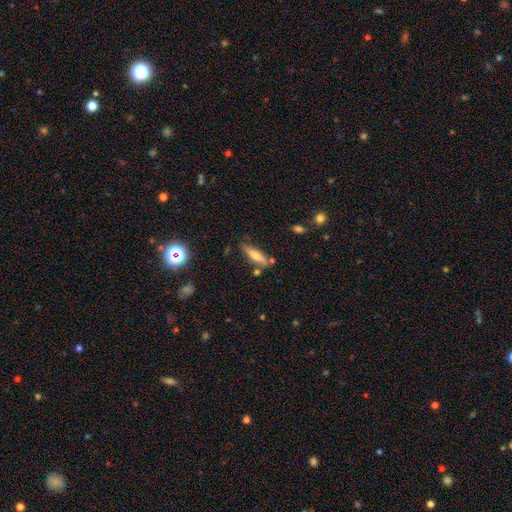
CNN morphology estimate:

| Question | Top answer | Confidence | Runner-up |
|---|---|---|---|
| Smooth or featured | smooth | 53% | featured or disk (37%) |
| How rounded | cigar-shaped | 68% | in between (29%) |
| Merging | none | 73% | minor disturbance (16%) |